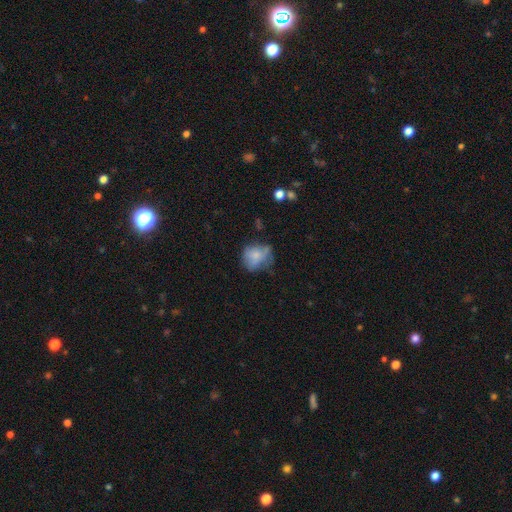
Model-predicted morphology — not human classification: Smooth or featured? smooth (66%)
How rounded? round (62%)
Merging? none (43%)